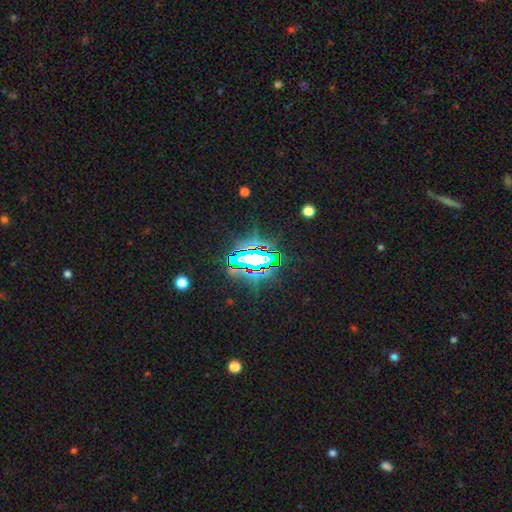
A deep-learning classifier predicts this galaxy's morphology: Smooth or featured?
  - star or artifact: 76% *
  - smooth: 14%
  - featured or disk: 10%